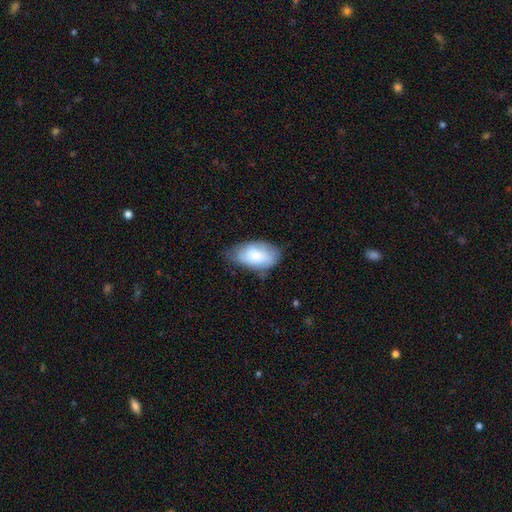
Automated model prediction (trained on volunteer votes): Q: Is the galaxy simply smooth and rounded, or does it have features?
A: smooth — 76%.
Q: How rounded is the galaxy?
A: in between — 94%.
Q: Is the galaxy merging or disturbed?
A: none — 54%.